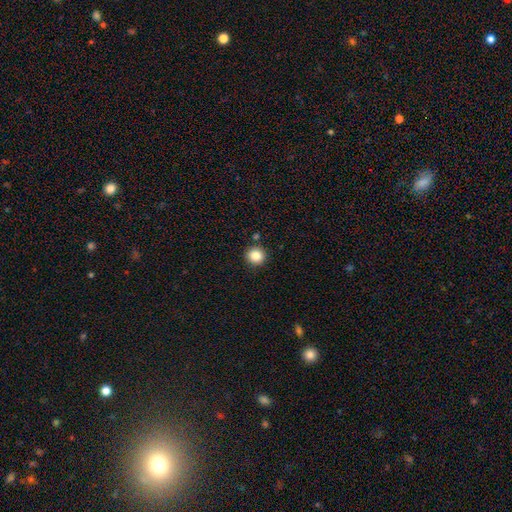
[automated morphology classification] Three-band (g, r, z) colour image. It shows a smooth galaxy with no disk features (85%) that is round (91%). Merging: none (89%).